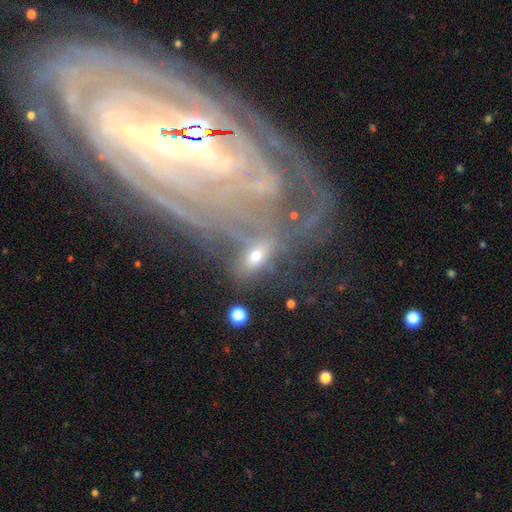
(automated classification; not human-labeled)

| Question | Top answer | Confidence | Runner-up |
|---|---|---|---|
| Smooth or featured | featured or disk | 47% | smooth (36%) |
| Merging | none | 54% | minor disturbance (19%) |